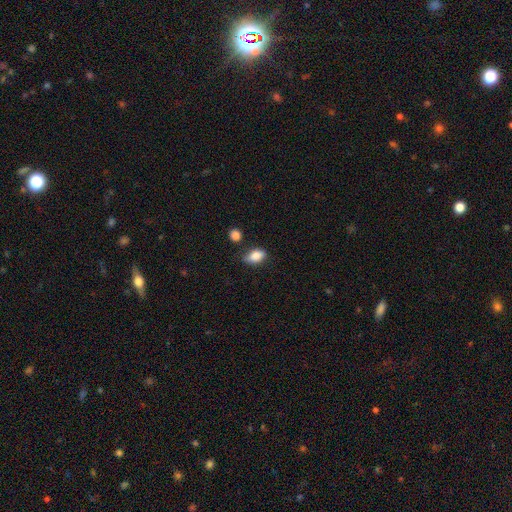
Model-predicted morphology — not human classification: A smooth galaxy with no disk features (86%) that is in between round and cigar-shaped (87%).

Vote fractions:
- Smooth or featured? smooth: 86% / star or artifact: 8% / featured or disk: 6%
- How rounded? in between: 87% / round: 10% / cigar-shaped: 3%
- Merging? none: 65% / minor disturbance: 24% / merger: 5% / major disturbance: 5%